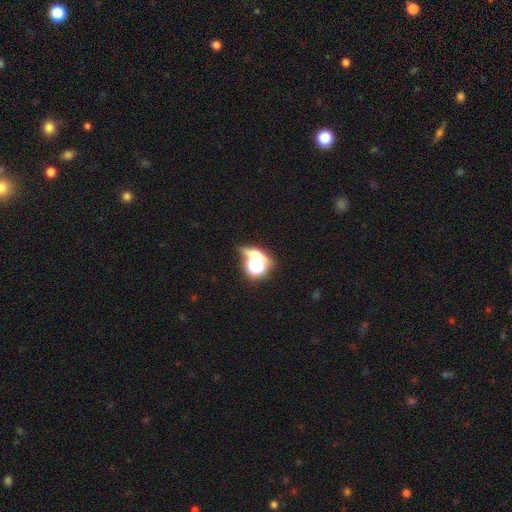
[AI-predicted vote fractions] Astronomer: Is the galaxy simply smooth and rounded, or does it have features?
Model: star or artifact — 47% (runner-up: smooth, 38%).